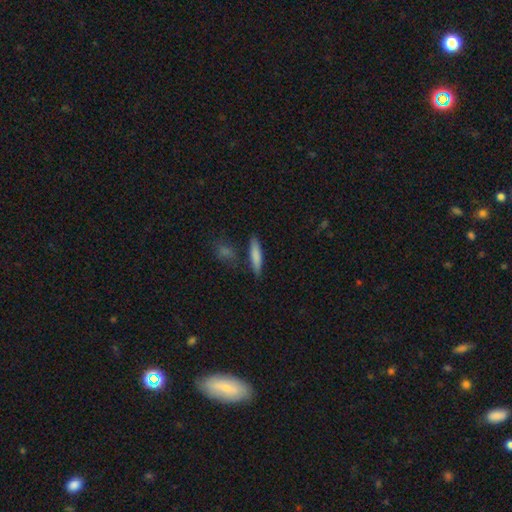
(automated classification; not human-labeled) The model was most divided on "how rounded": cigar-shaped: 78%, in between: 19%, round: 2%. More confident: merging — none (80%); smooth or featured — smooth (80%).